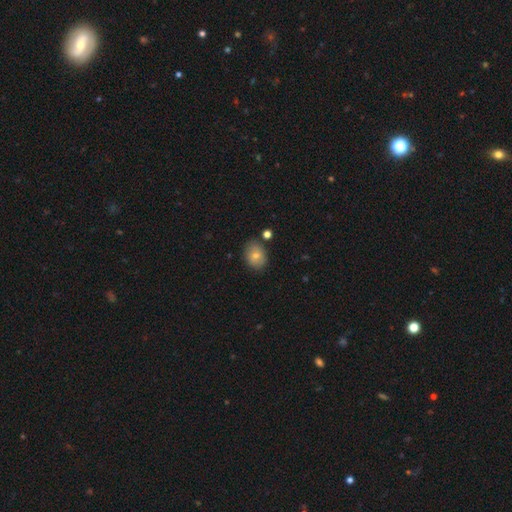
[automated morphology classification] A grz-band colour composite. It shows a smooth galaxy with no disk features (76%) that is in between round and cigar-shaped (56%). Merging: none (79%).